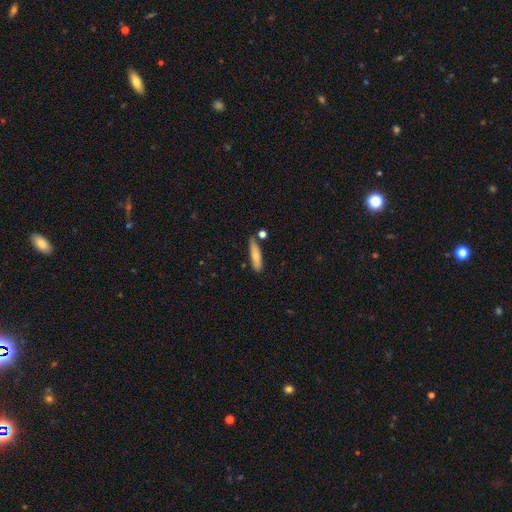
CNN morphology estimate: This appears to be a smooth galaxy with no disk features (70%) that is cigar-shaped (75%). Merging: none (71%).